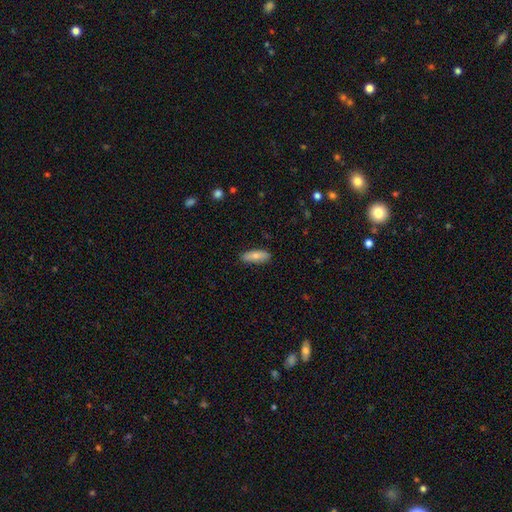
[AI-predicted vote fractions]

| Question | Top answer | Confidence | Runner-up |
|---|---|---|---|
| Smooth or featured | smooth | 74% | featured or disk (20%) |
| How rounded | in between | 70% | cigar-shaped (28%) |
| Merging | none | 86% | minor disturbance (11%) |